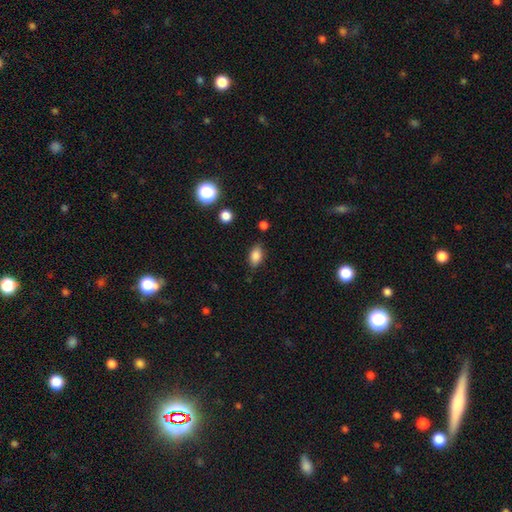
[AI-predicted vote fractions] This is clearly a smooth galaxy (85%). How rounded: clearly in between (88%). Merging: clearly none (81%).